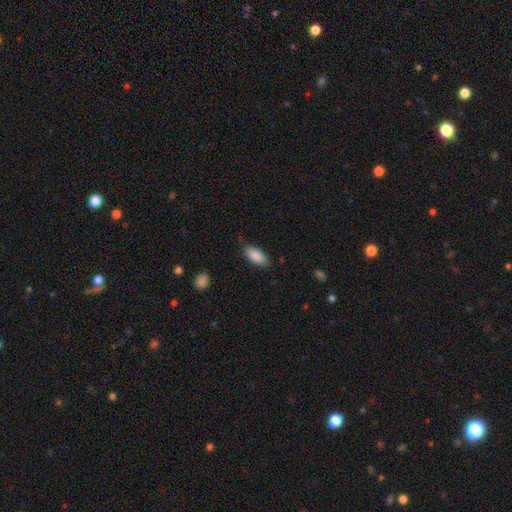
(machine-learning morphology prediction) smooth-or-featured: smooth: 89% | star or artifact: 6% | featured or disk: 5%
  how-rounded: in between: 89% | cigar-shaped: 9% | round: 2%
  merging: none: 84% | minor disturbance: 12% | major disturbance: 3% | merger: 1%